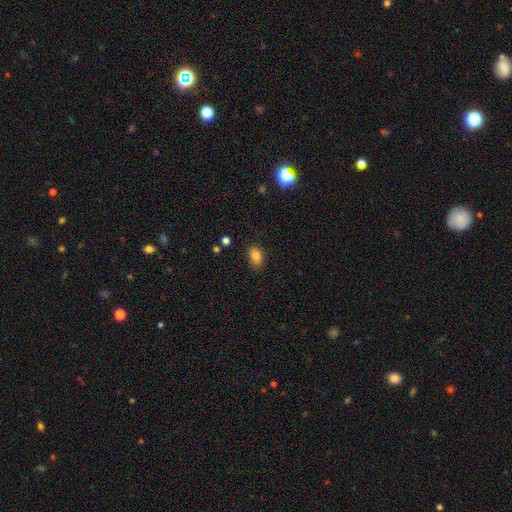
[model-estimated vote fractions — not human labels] A smooth galaxy with no disk features (81%) that is in between round and cigar-shaped (85%).

Vote fractions:
- Smooth or featured? smooth: 81% / star or artifact: 10% / featured or disk: 8%
- How rounded? in between: 85% / round: 14% / cigar-shaped: 2%
- Merging? none: 81% / minor disturbance: 15% / major disturbance: 3% / merger: 2%